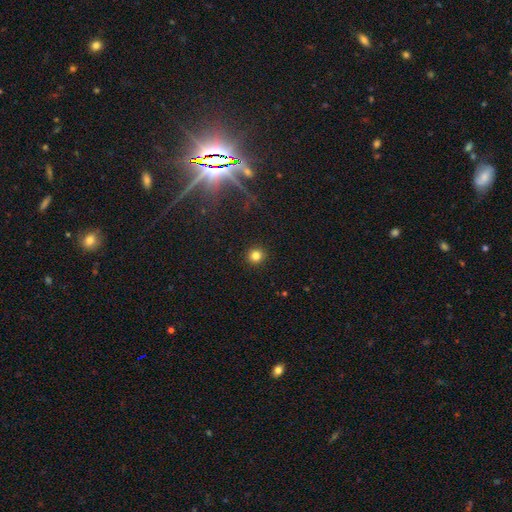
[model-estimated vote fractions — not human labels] Morphology: type=smooth (81%); roundness=round (94%); merging=none (93%).